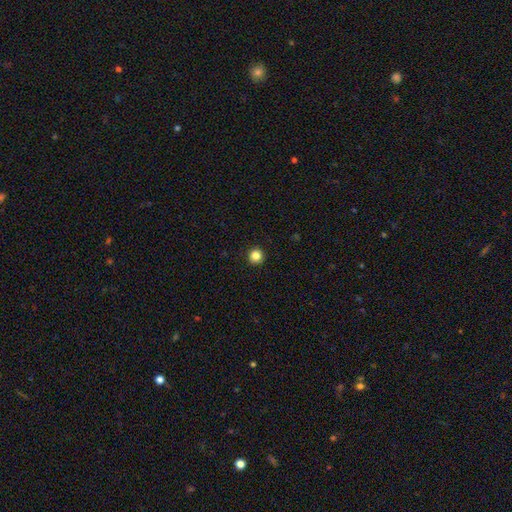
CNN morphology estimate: Q: Smooth or featured?
A: smooth (85%); runner-up: star or artifact (11%)
Q: How rounded?
A: round (95%); runner-up: in between (4%)
Q: Merging?
A: none (93%); runner-up: minor disturbance (4%)